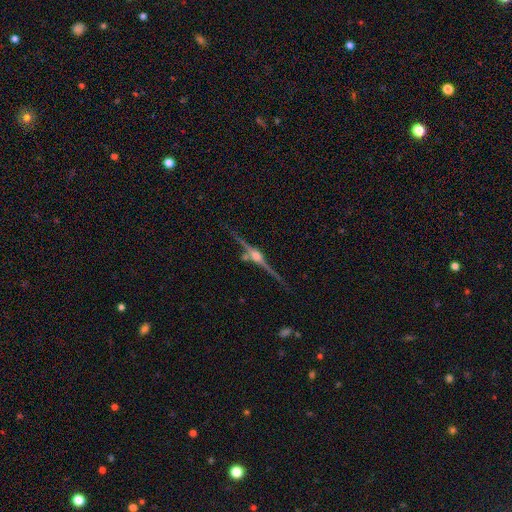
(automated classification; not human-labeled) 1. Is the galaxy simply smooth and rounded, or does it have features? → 89% featured or disk, 6% star or artifact, 5% smooth.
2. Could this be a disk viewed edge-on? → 98% yes, 2% no.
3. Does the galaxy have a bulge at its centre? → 93% rounded, 5% boxy, 2% none.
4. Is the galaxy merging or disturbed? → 83% none, 10% minor disturbance, 4% merger, 3% major disturbance.